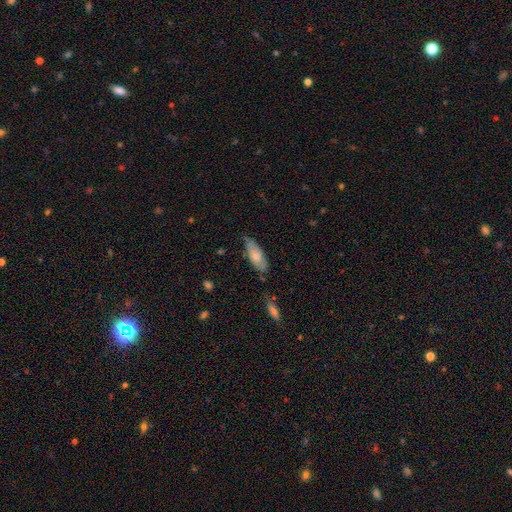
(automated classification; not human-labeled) A smooth galaxy with no disk features (70%) that is in between round and cigar-shaped (75%).

Vote fractions:
- Smooth or featured? smooth: 70% / featured or disk: 24% / star or artifact: 6%
- How rounded? in between: 75% / cigar-shaped: 23% / round: 2%
- Merging? none: 59% / minor disturbance: 31% / major disturbance: 7% / merger: 3%